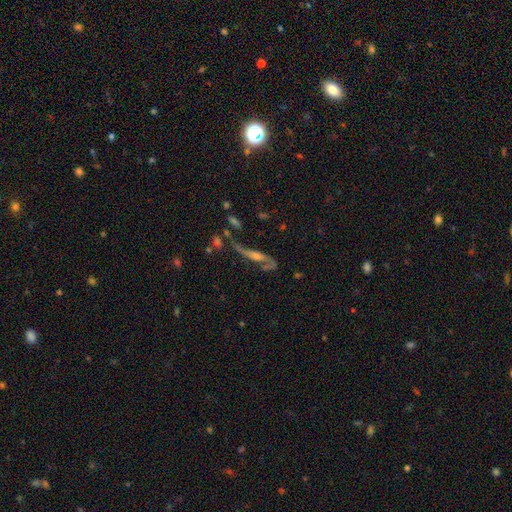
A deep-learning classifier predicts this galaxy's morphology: The model was most divided on "merging": none: 37%, major disturbance: 28%, minor disturbance: 19%, merger: 16%. More confident: smooth or featured — featured or disk (70%); edge-on disk — no (64%).